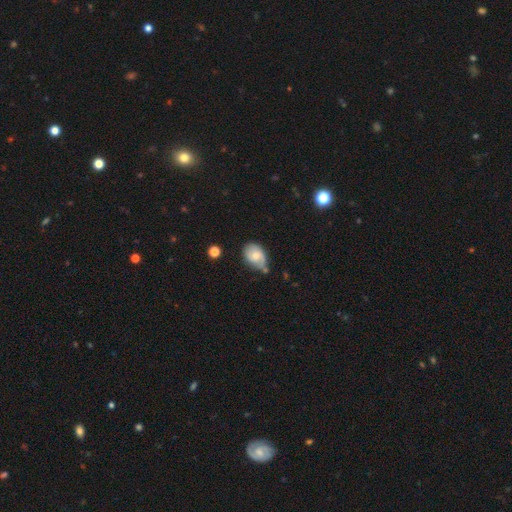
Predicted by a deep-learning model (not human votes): The model was most divided on "merging": none: 47%, minor disturbance: 35%, merger: 9%, major disturbance: 9%. More confident: how rounded — in between (77%); smooth or featured — smooth (58%).